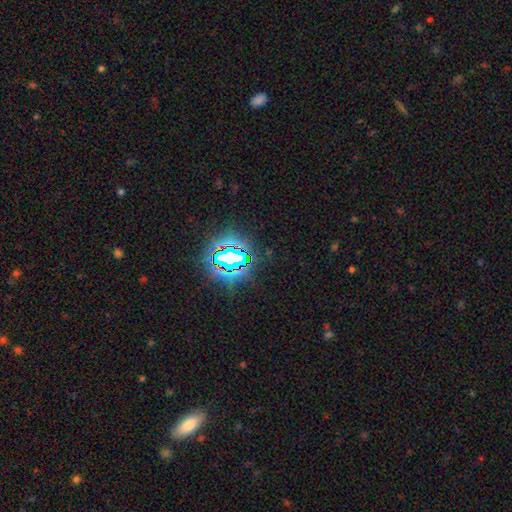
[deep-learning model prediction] Morphology: type=star or artifact (81%).